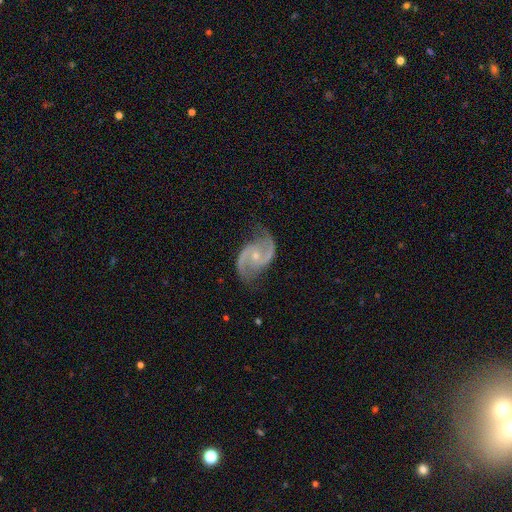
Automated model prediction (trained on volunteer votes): Q: Smooth or featured?
A: featured or disk (92%); runner-up: star or artifact (4%)
Q: Edge-on disk?
A: no (98%); runner-up: yes (2%)
Q: Bar?
A: no (53%); runner-up: weak (37%)
Q: Spiral arms?
A: yes (98%); runner-up: no (2%)
Q: Spiral winding?
A: medium (53%); runner-up: loose (35%)
Q: Spiral arm count?
A: 2 (94%); runner-up: can't tell (2%)
Q: Bulge size?
A: small (60%); runner-up: moderate (36%)
Q: Merging?
A: none (77%); runner-up: minor disturbance (16%)